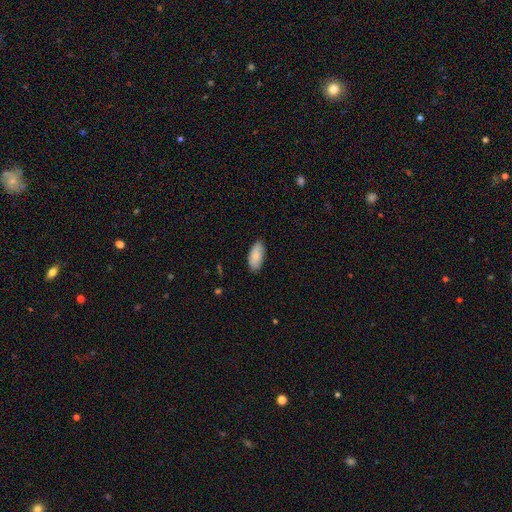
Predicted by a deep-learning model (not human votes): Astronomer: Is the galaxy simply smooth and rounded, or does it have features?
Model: smooth — 84%.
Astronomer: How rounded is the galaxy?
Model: in between — 92%.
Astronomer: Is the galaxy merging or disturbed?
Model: none — 84%.